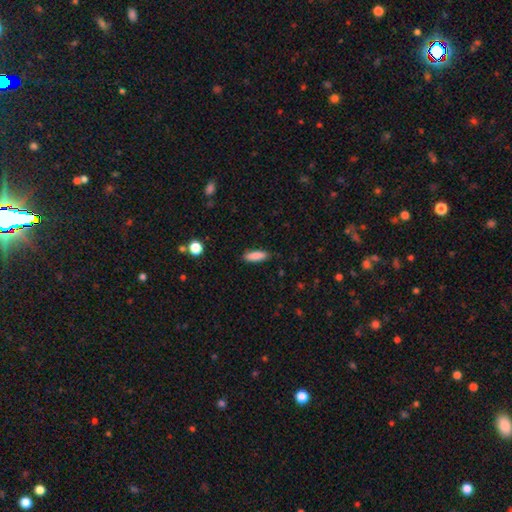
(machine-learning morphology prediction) This is clearly a smooth galaxy (87%). How rounded: possibly in between (56%). Merging: clearly none (85%).